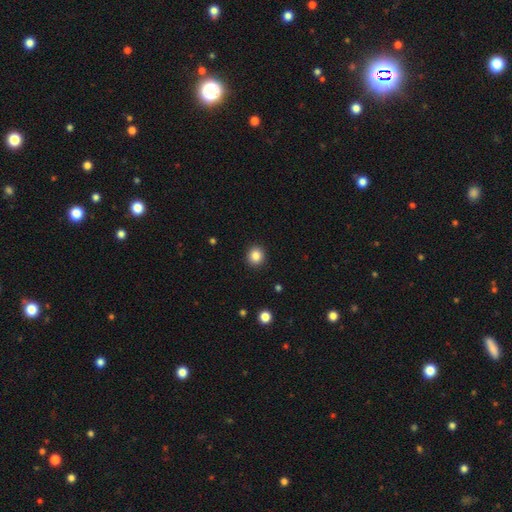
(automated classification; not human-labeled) Smooth or featured? smooth (85%)
How rounded? round (90%)
Merging? none (92%)